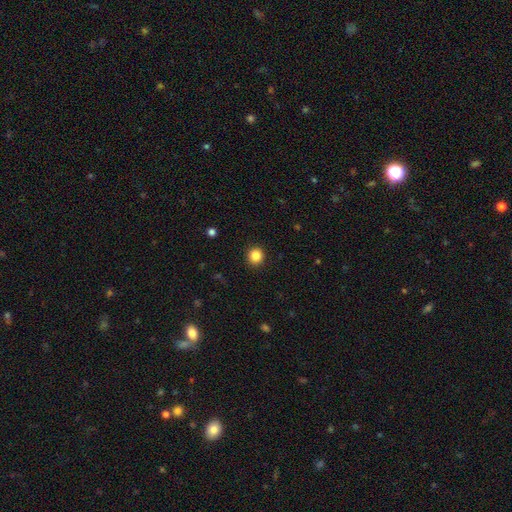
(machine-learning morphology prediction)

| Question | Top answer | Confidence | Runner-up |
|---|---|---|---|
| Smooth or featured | smooth | 85% | star or artifact (11%) |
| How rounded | round | 92% | in between (7%) |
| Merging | none | 92% | minor disturbance (5%) |